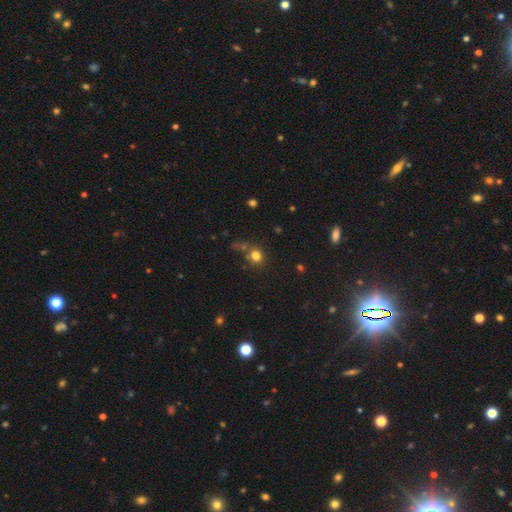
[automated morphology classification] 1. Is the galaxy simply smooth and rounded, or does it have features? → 76% smooth, 17% star or artifact, 8% featured or disk.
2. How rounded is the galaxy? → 80% round, 19% in between, 1% cigar-shaped.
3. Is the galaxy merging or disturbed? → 64% none, 18% merger, 13% minor disturbance, 6% major disturbance.